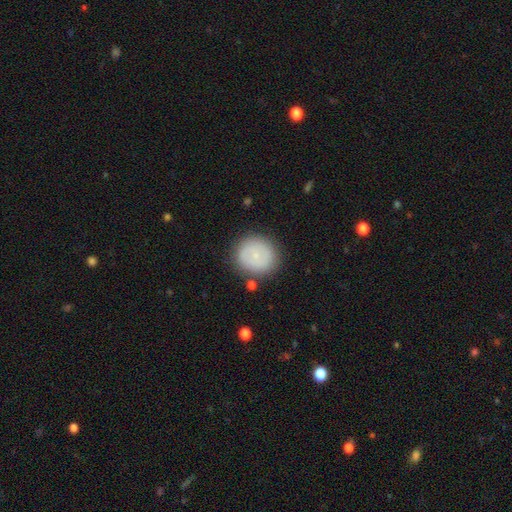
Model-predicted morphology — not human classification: This is likely a smooth galaxy (67%). How rounded: clearly round (86%). Merging: clearly none (84%).